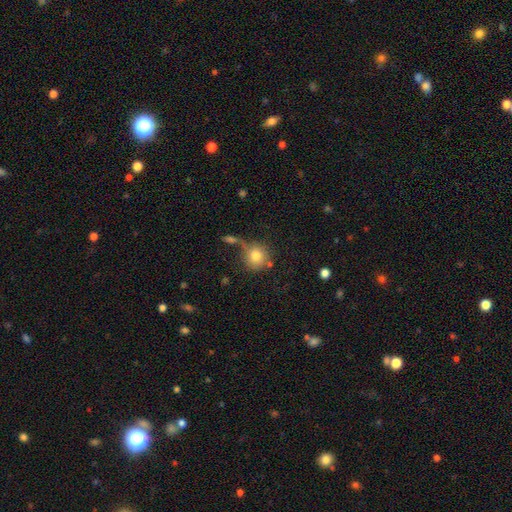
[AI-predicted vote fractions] smooth_or_featured: smooth (p=0.79) [alt: featured or disk p=0.11]
how_rounded: round (p=0.90) [alt: in between p=0.09]
merging: none (p=0.60) [alt: merger p=0.17]